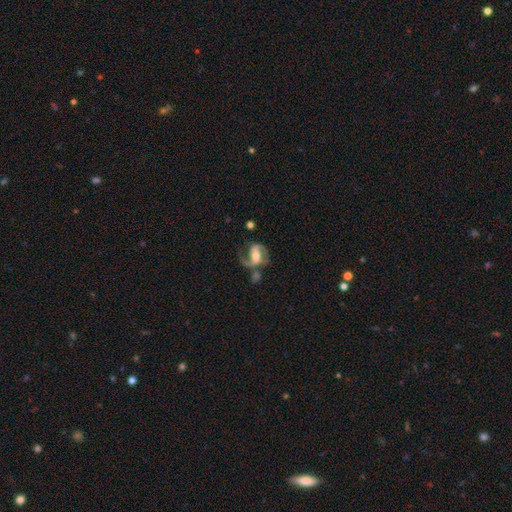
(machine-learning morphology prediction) Smooth or featured: featured or disk — 87% (smooth — 8%)
Edge-on disk: no — 97% (yes — 3%)
Bar: strong — 38% (tied with weak — 38%)
Spiral arms: yes — 95% (no — 5%)
Spiral winding: medium — 51% (loose — 35%)
Spiral arm count: 2 — 84% (1 — 10%)
Bulge size: moderate — 65% (small — 24%)
Merging: none — 51% (major disturbance — 19%)